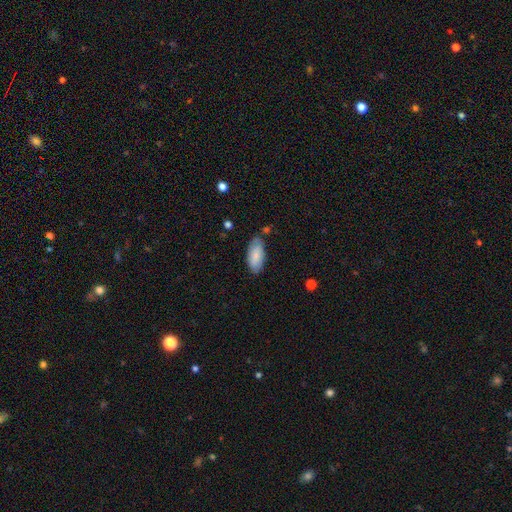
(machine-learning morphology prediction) This is clearly a smooth galaxy (83%). How rounded: clearly in between (87%). Merging: likely none (73%).